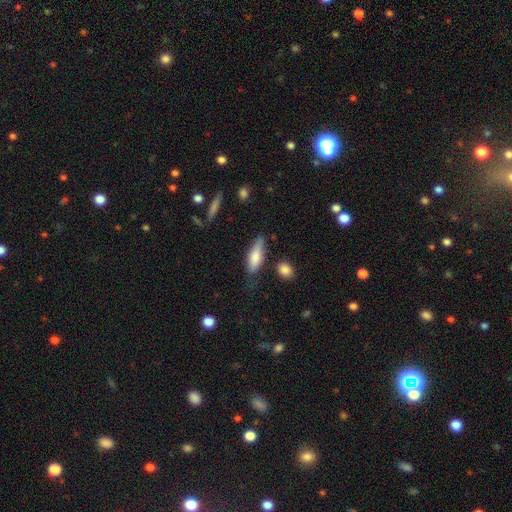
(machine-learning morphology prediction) Smooth or featured? Predicted: smooth (p=0.73). How rounded? Predicted: in between (p=0.59). Merging? Predicted: none (p=0.59).